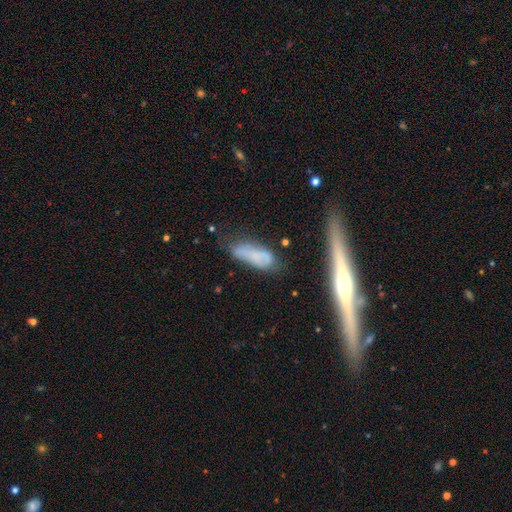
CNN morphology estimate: Overall: smooth (59%; featured or disk 30%). How rounded: in between (49%; cigar-shaped 48%). Merging: none (48%; minor disturbance 32%).